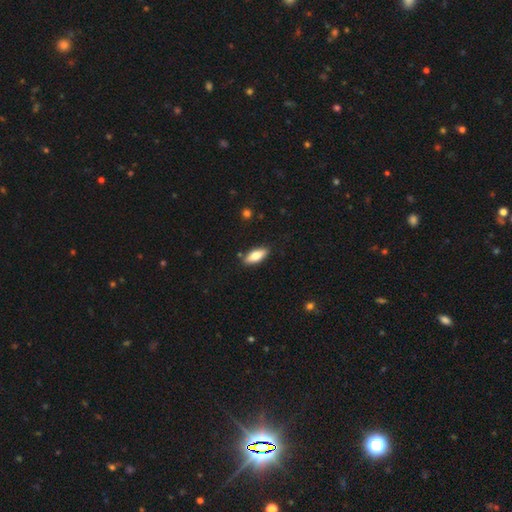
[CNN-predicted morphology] Smooth or featured? Predicted: smooth (p=0.75). How rounded? Predicted: in between (p=0.74). Merging? Predicted: none (p=0.85).